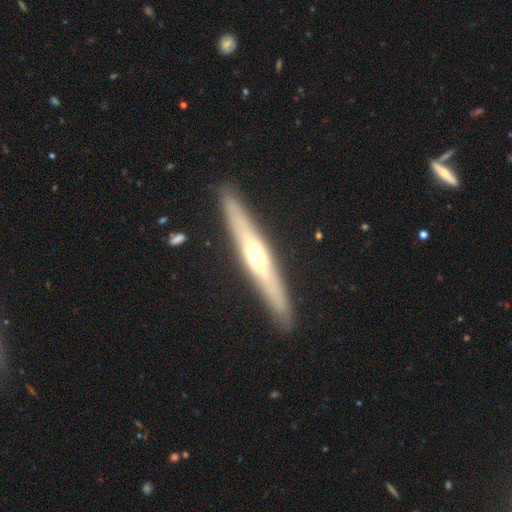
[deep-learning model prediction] Overall: featured or disk (74%). Edge-on disk: yes (94%). Edge-on bulge: rounded (81%). Merging: none (90%).